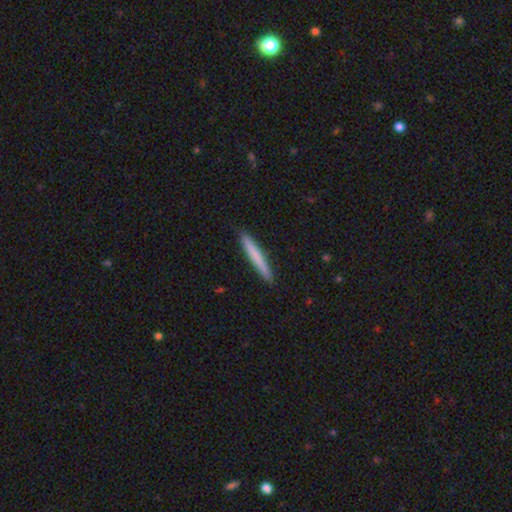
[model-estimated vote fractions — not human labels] smooth 73%, featured or disk 21%, star or artifact 5%. Down the decision tree: how rounded — cigar-shaped (96%); merging — none (92%).